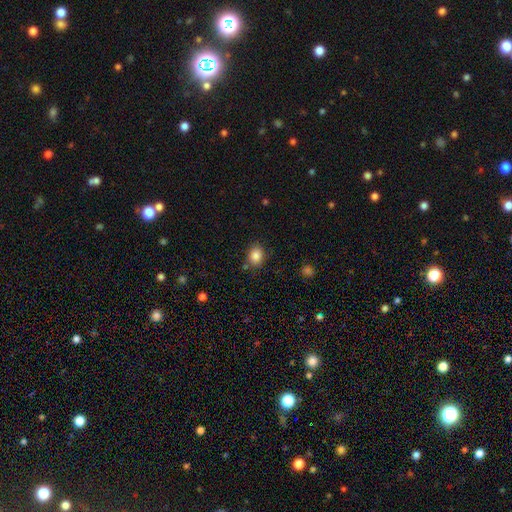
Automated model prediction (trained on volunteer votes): Smooth or featured? Predicted: smooth (p=0.86). How rounded? Predicted: in between (p=0.56). Merging? Predicted: none (p=0.79).